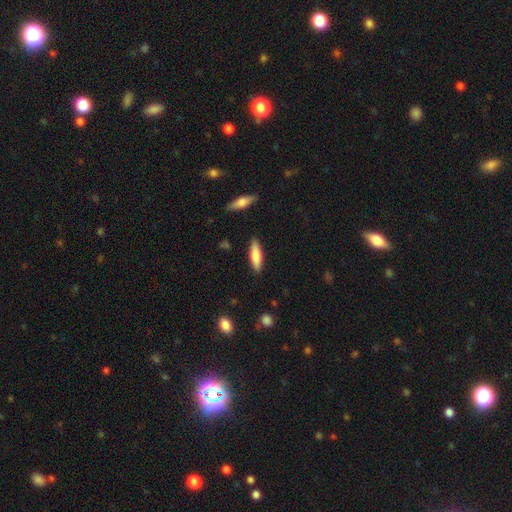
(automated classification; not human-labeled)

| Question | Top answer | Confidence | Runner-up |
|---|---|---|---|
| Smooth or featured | smooth | 75% | featured or disk (19%) |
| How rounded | cigar-shaped | 59% | in between (39%) |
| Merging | none | 87% | minor disturbance (9%) |